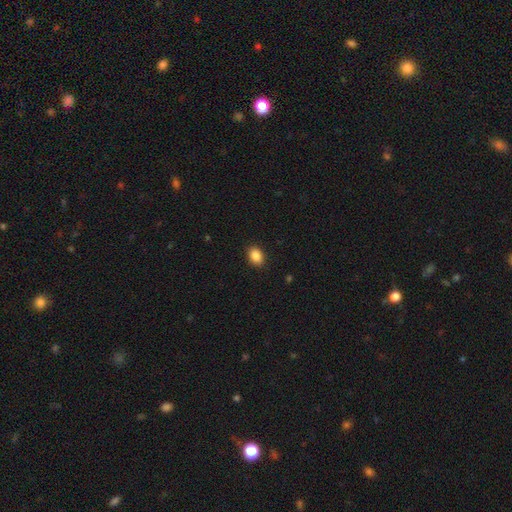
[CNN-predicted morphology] The model was most divided on "how rounded": in between: 78%, round: 21%, cigar-shaped: 1%. More confident: merging — none (89%); smooth or featured — smooth (88%).